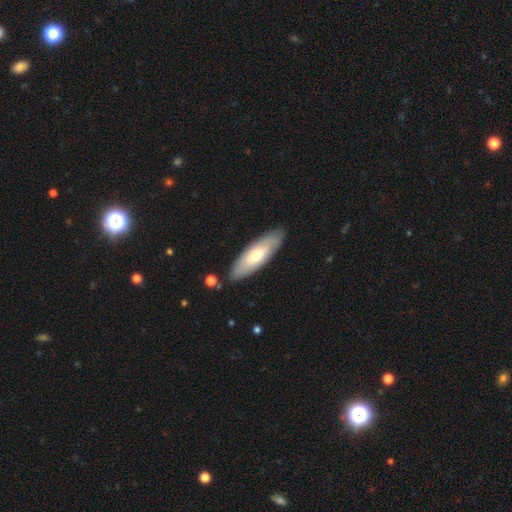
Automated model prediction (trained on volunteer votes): Overall: smooth (61%; featured or disk 33%). How rounded: in between (57%; cigar-shaped 41%). Merging: none (85%).